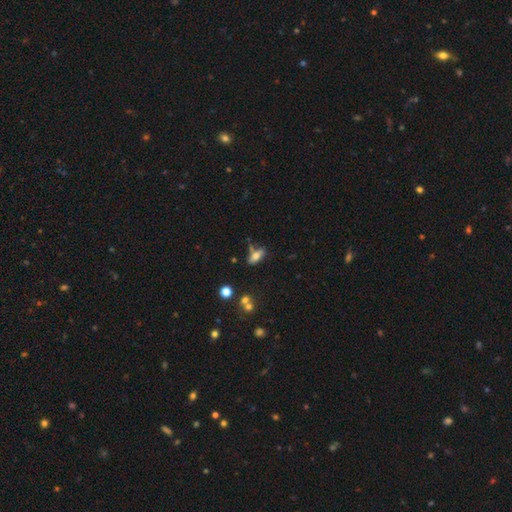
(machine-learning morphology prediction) Smooth or featured?
  - smooth: 65% *
  - featured or disk: 24%
  - star or artifact: 11%
How rounded?
  - in between: 78% *
  - cigar-shaped: 18%
  - round: 5%
Merging?
  - none: 53% *
  - minor disturbance: 22%
  - merger: 17%
  - major disturbance: 9%